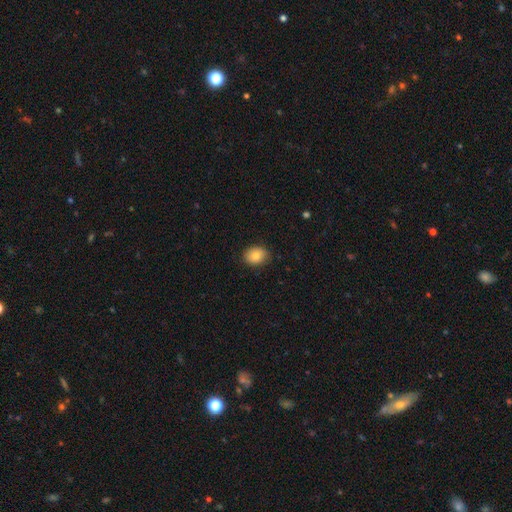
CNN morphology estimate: This appears to be a smooth galaxy with no disk features (83%) that is in between round and cigar-shaped (57%). Merging: none (86%).